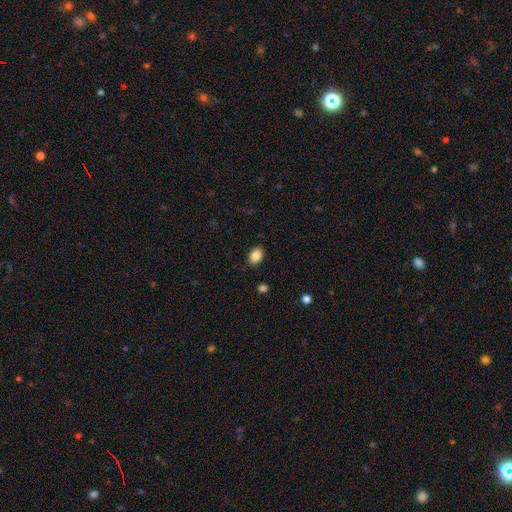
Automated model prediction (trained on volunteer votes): Q: Smooth or featured?
A: smooth (86%); runner-up: star or artifact (9%)
Q: How rounded?
A: in between (78%); runner-up: round (21%)
Q: Merging?
A: none (86%); runner-up: minor disturbance (10%)